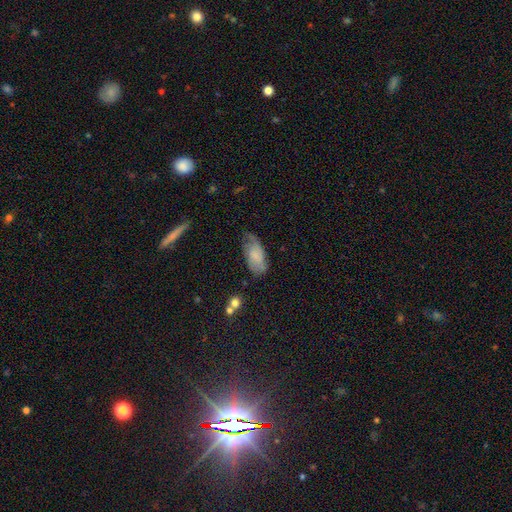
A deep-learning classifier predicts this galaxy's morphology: This appears to be a smooth galaxy with no disk features (49%). Merging: none (52%).